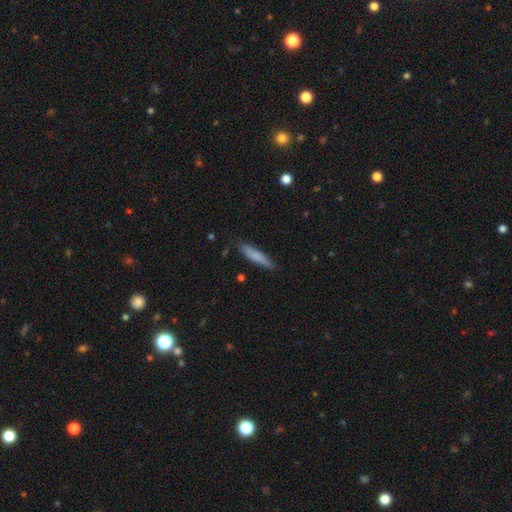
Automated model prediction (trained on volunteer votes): This is likely a smooth galaxy (77%). How rounded: clearly cigar-shaped (87%). Merging: clearly none (85%).